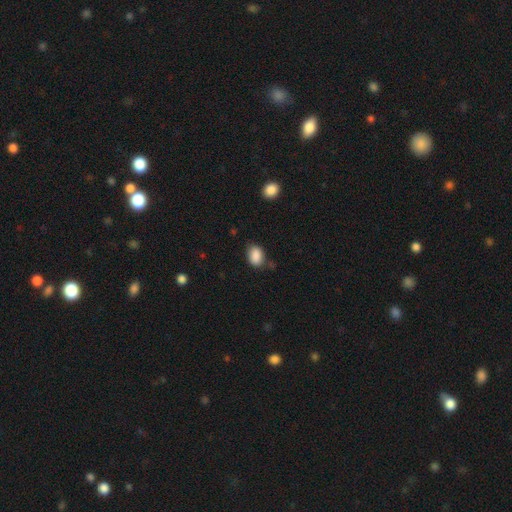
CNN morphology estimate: This is clearly a smooth galaxy (88%). How rounded: likely in between (79%). Merging: likely none (72%).